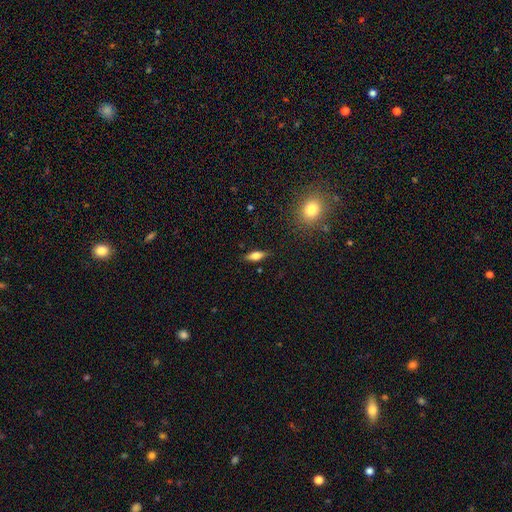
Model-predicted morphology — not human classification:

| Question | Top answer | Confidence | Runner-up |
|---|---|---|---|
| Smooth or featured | smooth | 66% | featured or disk (25%) |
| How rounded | in between | 69% | cigar-shaped (27%) |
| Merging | none | 85% | minor disturbance (11%) |